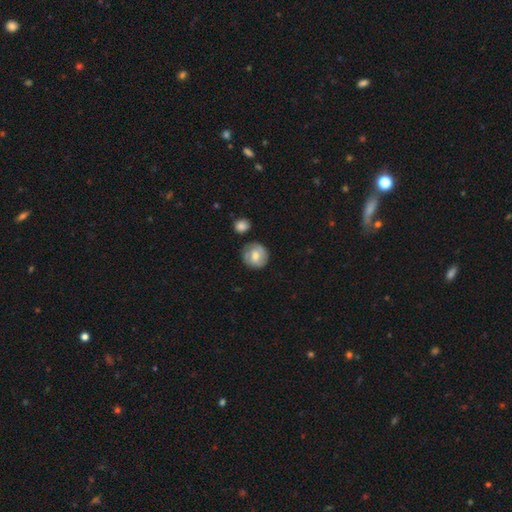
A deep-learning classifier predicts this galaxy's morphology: Smooth or featured? smooth (51%)
How rounded? round (90%)
Merging? none (78%)